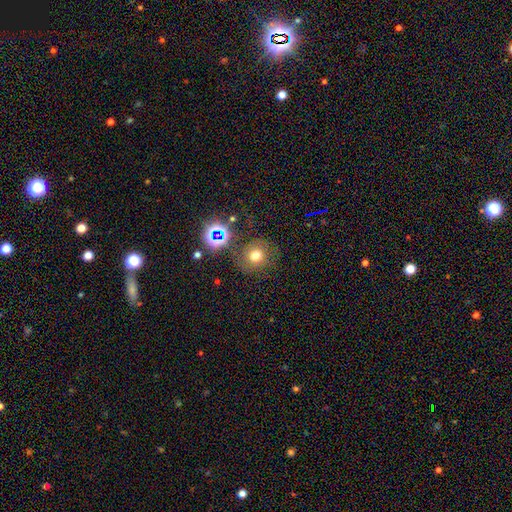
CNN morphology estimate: Smooth or featured: smooth — 64% (star or artifact — 22%)
How rounded: round — 89% (in between — 11%)
Merging: none — 78% (minor disturbance — 12%)